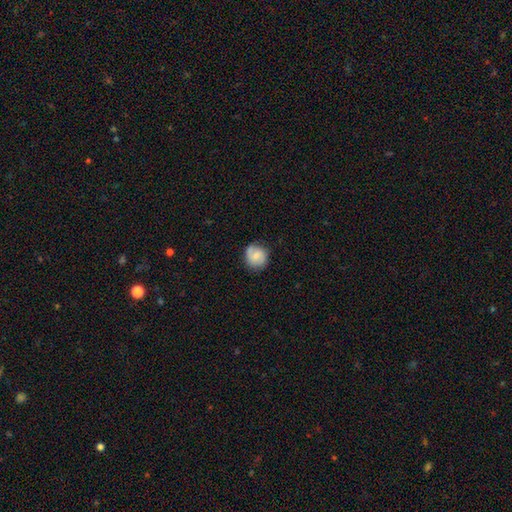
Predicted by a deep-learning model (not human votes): smooth-or-featured: smooth: 54% | featured or disk: 39% | star or artifact: 7%
  how-rounded: round: 83% | in between: 16% | cigar-shaped: 1%
  merging: none: 74% | minor disturbance: 20% | major disturbance: 5% | merger: 1%